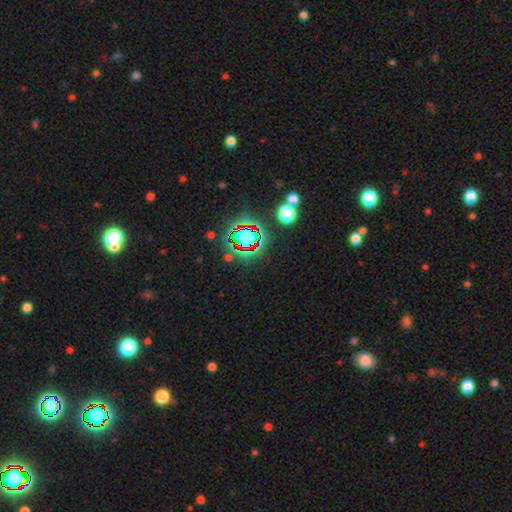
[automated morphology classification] Smooth or featured? Predicted: star or artifact (p=0.79).